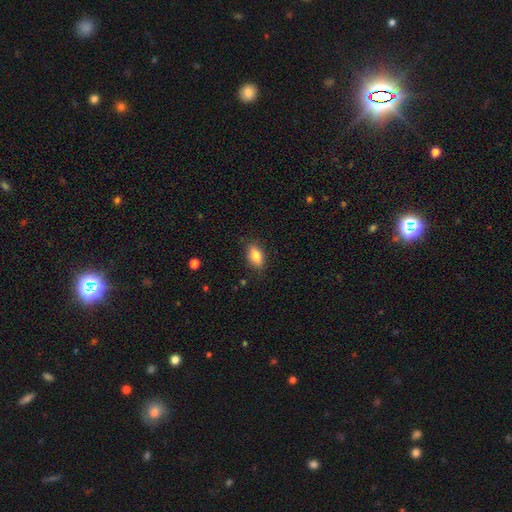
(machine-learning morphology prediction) Smooth or featured?
  - smooth: 80% *
  - featured or disk: 12%
  - star or artifact: 8%
How rounded?
  - in between: 86% *
  - cigar-shaped: 8%
  - round: 7%
Merging?
  - none: 84% *
  - minor disturbance: 12%
  - major disturbance: 3%
  - merger: 1%